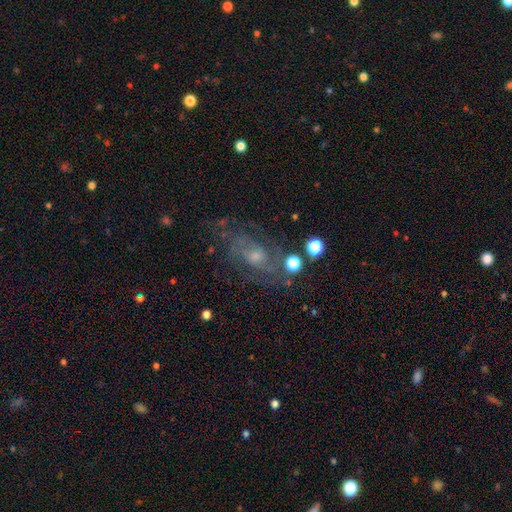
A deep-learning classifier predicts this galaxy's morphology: Smooth or featured: featured or disk — 74% (smooth — 14%)
Edge-on disk: no — 94% (yes — 6%)
Bar: no — 68% (weak — 27%)
Spiral arms: yes — 87% (no — 13%)
Spiral winding: tight — 43% (medium — 42%)
Spiral arm count: can't tell — 41% (2 — 28%)
Bulge size: small — 54% (moderate — 36%)
Merging: none — 65% (minor disturbance — 18%)